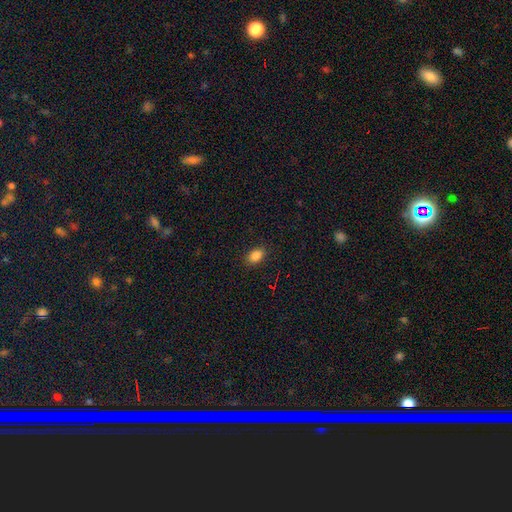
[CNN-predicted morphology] This is clearly a smooth galaxy (85%). How rounded: clearly in between (86%). Merging: clearly none (88%).